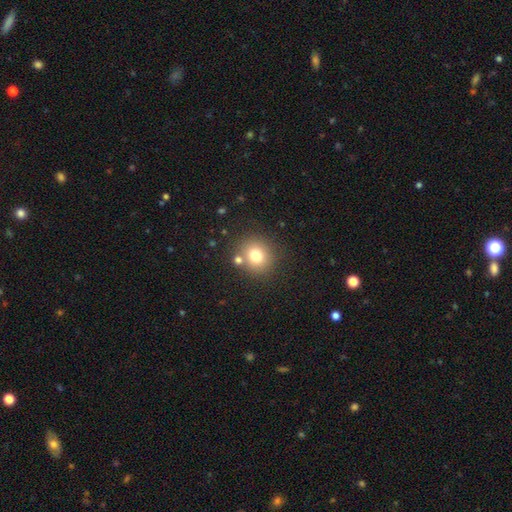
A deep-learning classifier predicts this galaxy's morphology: smooth-or-featured: smooth: 76% | star or artifact: 13% | featured or disk: 11%
  how-rounded: round: 86% | in between: 13% | cigar-shaped: 1%
  merging: none: 76% | merger: 12% | minor disturbance: 9% | major disturbance: 3%